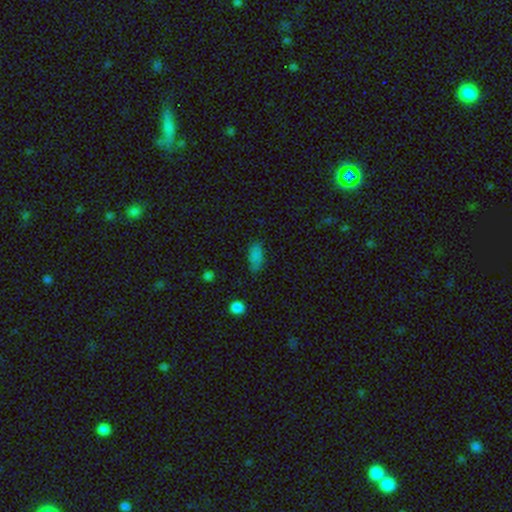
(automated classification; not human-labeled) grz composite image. It shows a smooth galaxy with no disk features (80%) that is in between round and cigar-shaped (89%). Merging: none (72%).